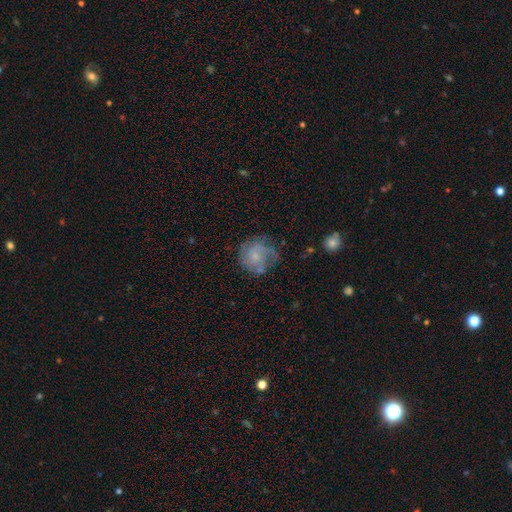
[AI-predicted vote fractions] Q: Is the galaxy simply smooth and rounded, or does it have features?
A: featured or disk — 49%.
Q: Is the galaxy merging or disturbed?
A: none — 56%.